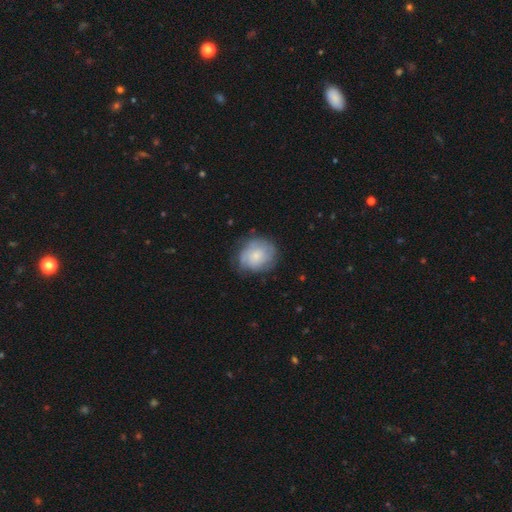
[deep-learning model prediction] A smooth galaxy with no disk features (57%) that is round (73%). Merging: none (66%).